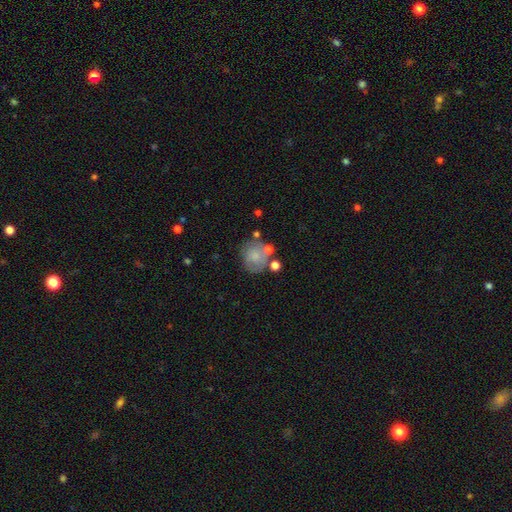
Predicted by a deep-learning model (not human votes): smooth-or-featured: smooth: 68% | featured or disk: 23% | star or artifact: 10%
  how-rounded: round: 80% | in between: 20% | cigar-shaped: 1%
  merging: none: 54% | minor disturbance: 20% | merger: 14% | major disturbance: 11%